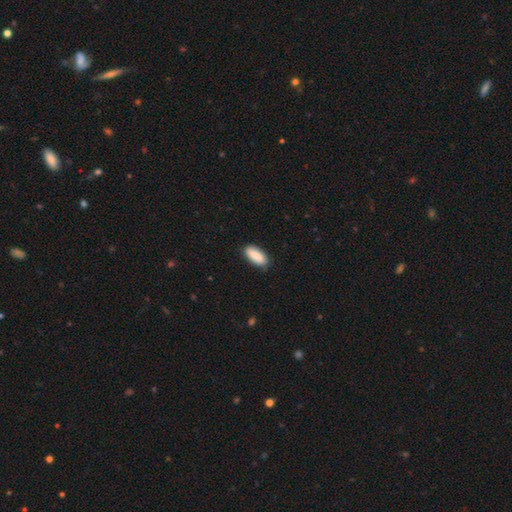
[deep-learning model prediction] Smooth or featured? smooth (87%)
How rounded? in between (87%)
Merging? none (85%)